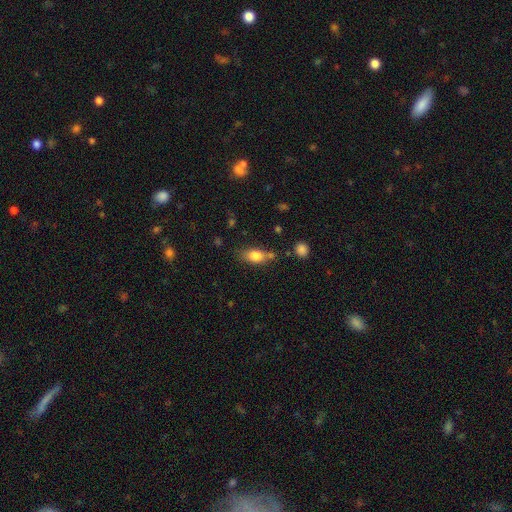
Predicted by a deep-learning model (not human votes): Smooth or featured?
  - smooth: 80% *
  - featured or disk: 12%
  - star or artifact: 8%
How rounded?
  - in between: 82% *
  - round: 11%
  - cigar-shaped: 7%
Merging?
  - none: 62% *
  - minor disturbance: 20%
  - merger: 12%
  - major disturbance: 6%